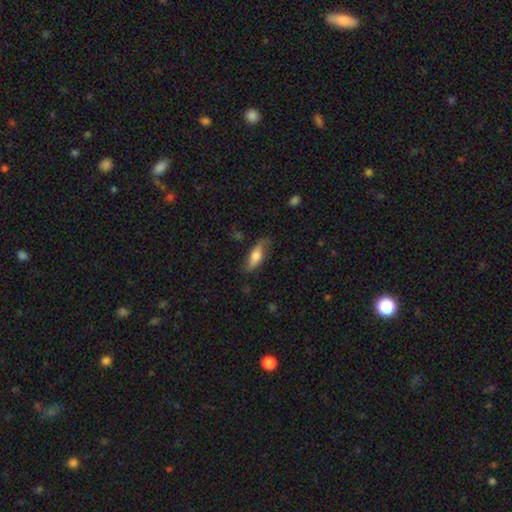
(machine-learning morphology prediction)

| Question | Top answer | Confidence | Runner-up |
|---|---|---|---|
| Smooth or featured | smooth | 52% | featured or disk (41%) |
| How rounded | in between | 62% | cigar-shaped (34%) |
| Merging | none | 69% | minor disturbance (22%) |